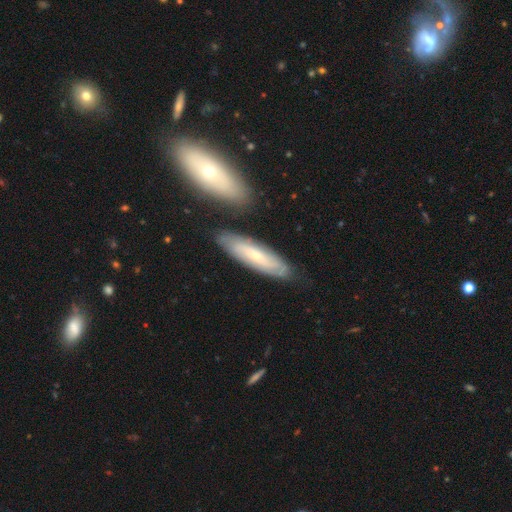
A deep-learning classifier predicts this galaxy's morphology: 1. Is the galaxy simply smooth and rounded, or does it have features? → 52% featured or disk, 42% smooth, 6% star or artifact.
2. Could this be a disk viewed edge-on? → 67% no, 33% yes.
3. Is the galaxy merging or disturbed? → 79% none, 13% minor disturbance, 5% merger, 3% major disturbance.